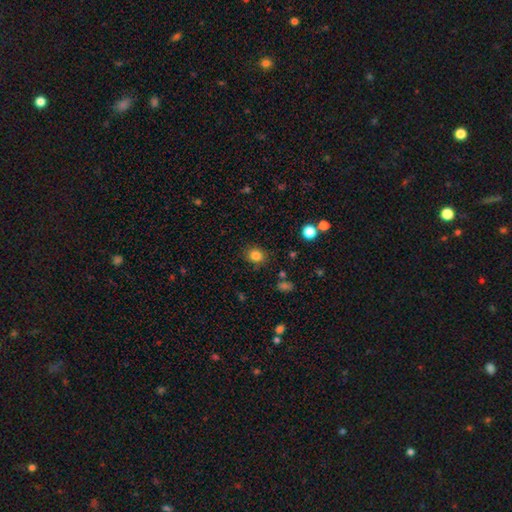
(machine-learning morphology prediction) Overall: smooth (83%). How rounded: round (64%; in between 35%). Merging: none (86%).